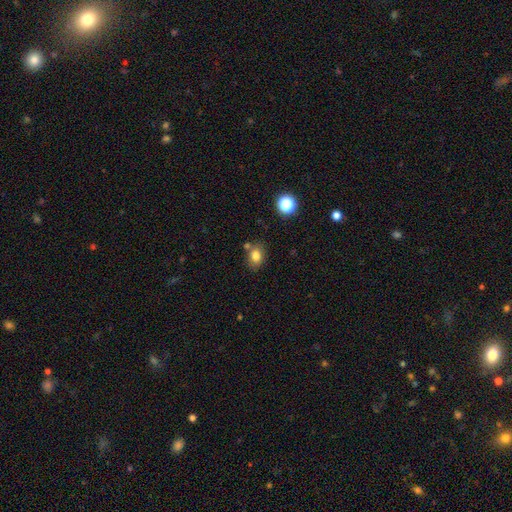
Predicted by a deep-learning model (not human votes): smooth 80%, star or artifact 12%, featured or disk 9%. Down the decision tree: how rounded — in between (61%); merging — none (72%).